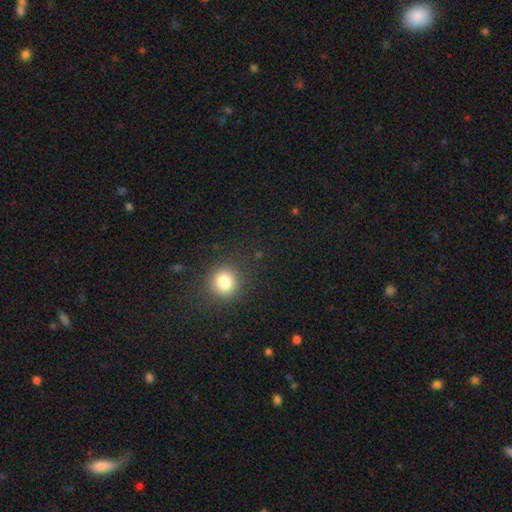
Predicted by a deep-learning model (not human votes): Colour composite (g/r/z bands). It shows a smooth galaxy with no disk features (76%) that is round (92%). Merging: none (92%).